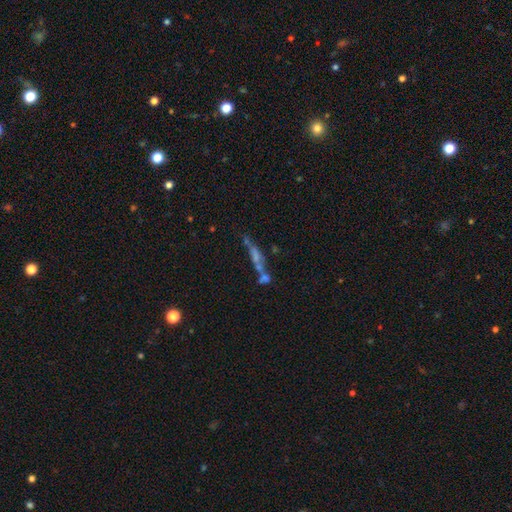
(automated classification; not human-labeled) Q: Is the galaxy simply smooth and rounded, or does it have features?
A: featured or disk — 47%.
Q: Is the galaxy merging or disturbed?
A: none — 40%.